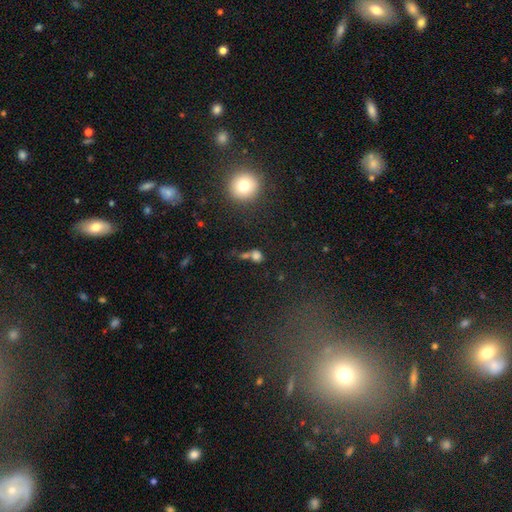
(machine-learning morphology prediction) A smooth galaxy with no disk features (73%) that is round (60%).

Vote fractions:
- Smooth or featured? smooth: 73% / star or artifact: 17% / featured or disk: 10%
- How rounded? round: 60% / in between: 38% / cigar-shaped: 2%
- Merging? merger: 44% / none: 39% / minor disturbance: 11% / major disturbance: 7%